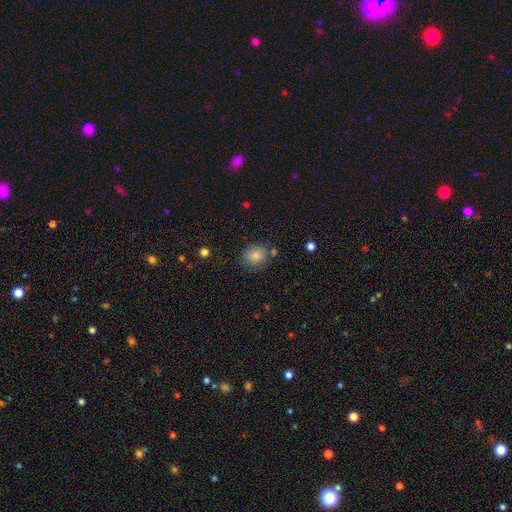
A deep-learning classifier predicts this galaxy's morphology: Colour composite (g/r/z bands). It shows a smooth galaxy with no disk features (84%) that is round (76%). Merging: none (75%).